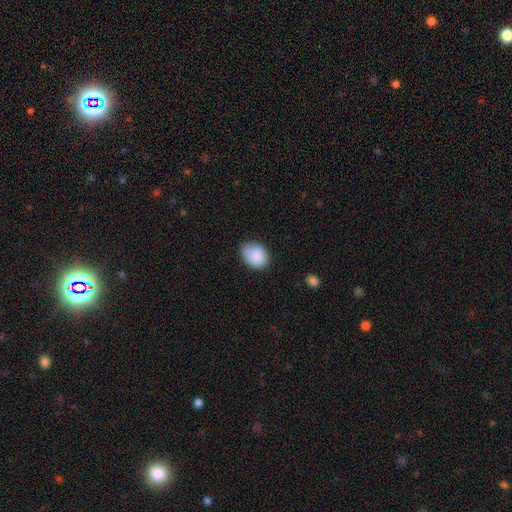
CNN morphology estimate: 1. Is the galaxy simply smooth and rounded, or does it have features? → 88% smooth, 7% star or artifact, 5% featured or disk.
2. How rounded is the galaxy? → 66% in between, 33% round, 1% cigar-shaped.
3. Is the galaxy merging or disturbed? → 69% none, 25% minor disturbance, 5% major disturbance, 1% merger.